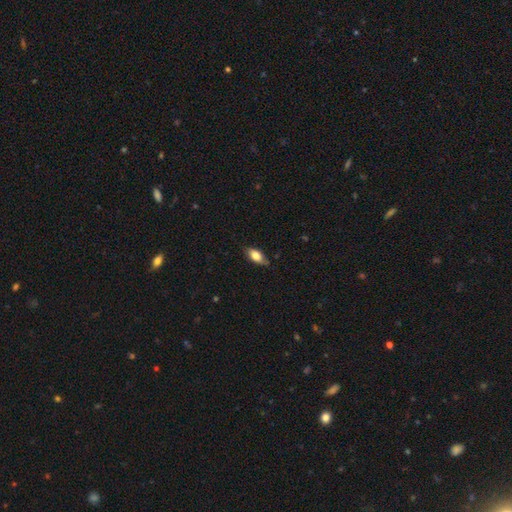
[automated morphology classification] A smooth galaxy with no disk features (76%) that is in between round and cigar-shaped (86%).

Vote fractions:
- Smooth or featured? smooth: 76% / featured or disk: 16% / star or artifact: 7%
- How rounded? in between: 86% / cigar-shaped: 10% / round: 4%
- Merging? none: 76% / minor disturbance: 20% / major disturbance: 3% / merger: 1%